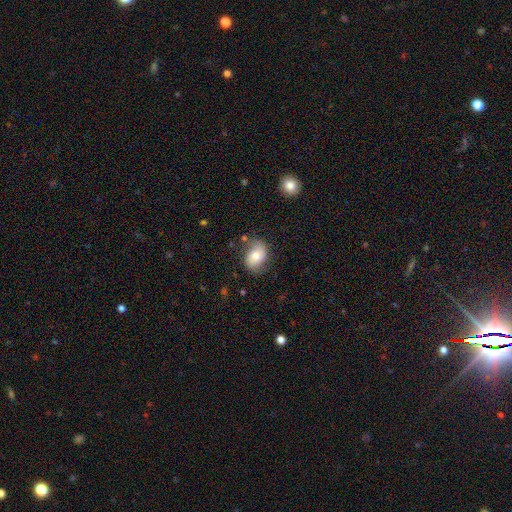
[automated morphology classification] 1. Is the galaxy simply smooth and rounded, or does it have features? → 60% smooth, 32% featured or disk, 8% star or artifact.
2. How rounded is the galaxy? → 70% in between, 29% round, 1% cigar-shaped.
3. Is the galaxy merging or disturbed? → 68% none, 22% minor disturbance, 7% major disturbance, 3% merger.